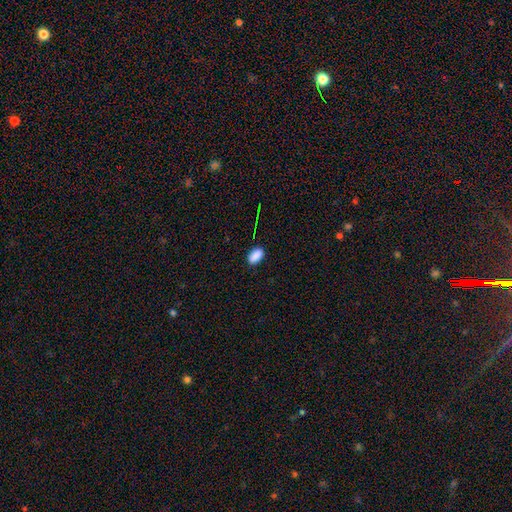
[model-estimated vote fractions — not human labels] A smooth galaxy with no disk features (88%) that is in between round and cigar-shaped (92%). Merging: none (86%).